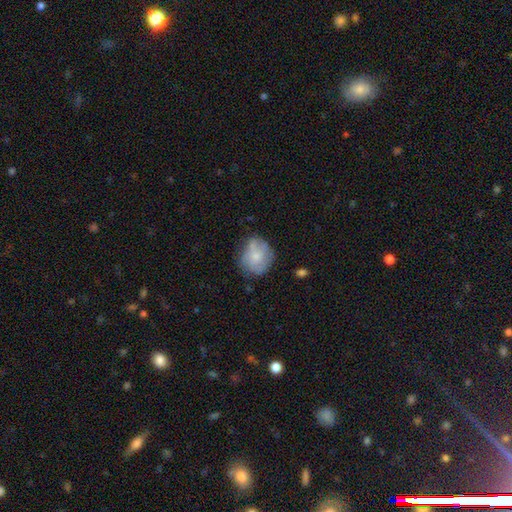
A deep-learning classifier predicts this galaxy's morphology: smooth-or-featured: smooth: 62% | featured or disk: 31% | star or artifact: 8%
  how-rounded: round: 72% | in between: 27% | cigar-shaped: 1%
  merging: none: 60% | minor disturbance: 27% | major disturbance: 10% | merger: 3%